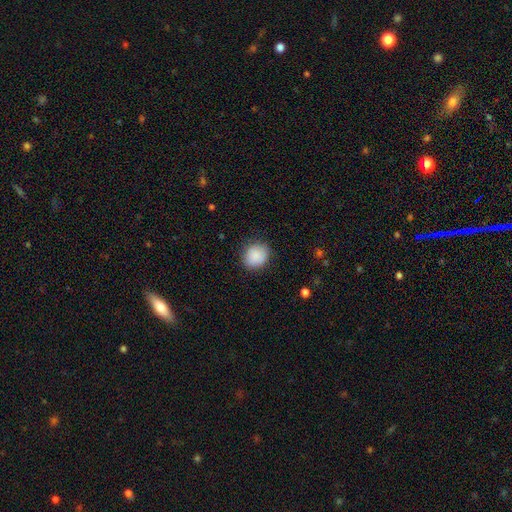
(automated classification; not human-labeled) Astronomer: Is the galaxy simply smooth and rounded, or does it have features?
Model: smooth — 88%.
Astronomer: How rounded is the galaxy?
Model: round — 78%.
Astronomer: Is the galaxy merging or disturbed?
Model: none — 84%.